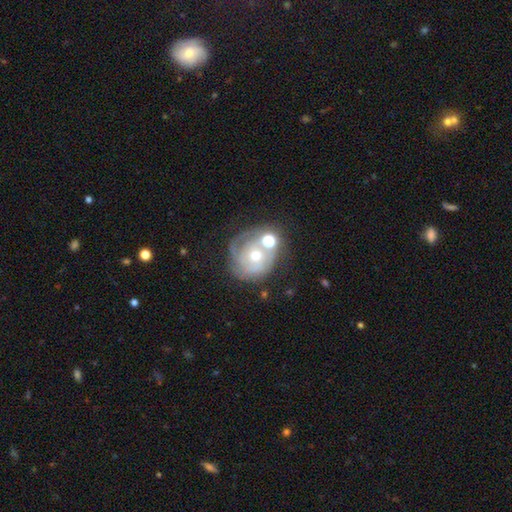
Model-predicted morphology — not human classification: A featured or disk galaxy (65%) with no bar (81%), spiral arms (68%) and a moderate central bulge (62%).

Vote fractions:
- Smooth or featured? featured or disk: 65% / smooth: 25% / star or artifact: 10%
- Edge-on disk? no: 97% / yes: 3%
- Bar? no: 81% / weak: 16% / strong: 4%
- Spiral arms? yes: 68% / no: 32%
- Bulge size? moderate: 62% / small: 31% / large: 5% / none: 2% / dominant: 1%
- Merging? none: 47% / merger: 21% / minor disturbance: 19% / major disturbance: 14%